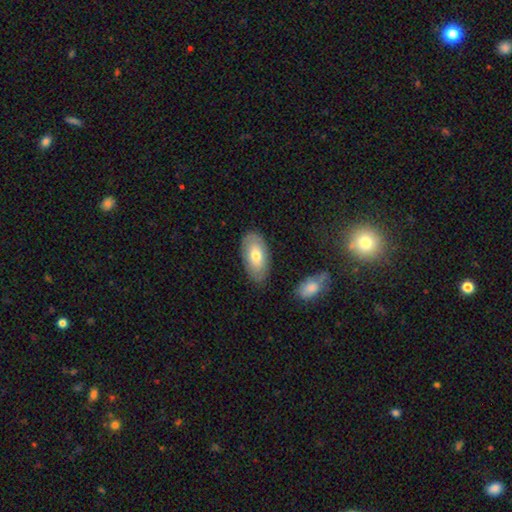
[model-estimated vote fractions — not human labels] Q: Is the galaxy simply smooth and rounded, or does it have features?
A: smooth — 67%.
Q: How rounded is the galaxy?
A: in between — 94%.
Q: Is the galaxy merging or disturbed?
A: none — 81%.